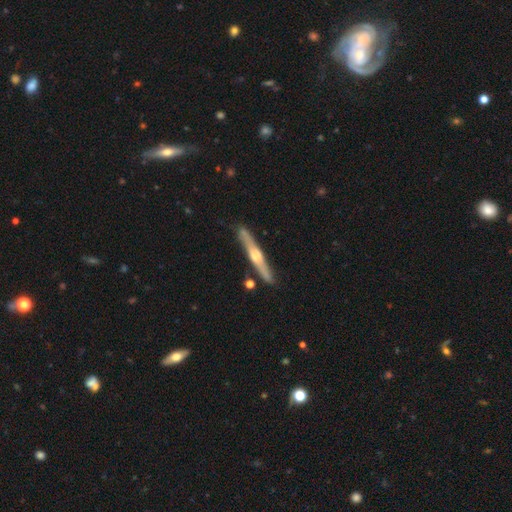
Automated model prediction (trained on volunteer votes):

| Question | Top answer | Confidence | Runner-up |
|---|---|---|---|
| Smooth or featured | featured or disk | 73% | smooth (22%) |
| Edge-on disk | yes | 97% | no (3%) |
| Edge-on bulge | rounded | 89% | none (6%) |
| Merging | none | 88% | minor disturbance (8%) |